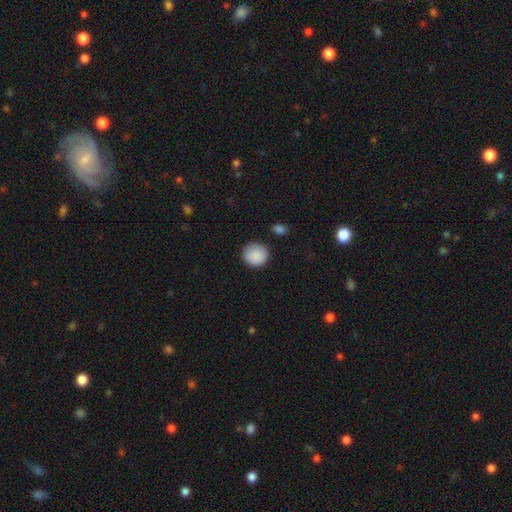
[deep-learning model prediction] This appears to be a smooth galaxy with no disk features (89%) that is round (91%). Merging: none (86%).